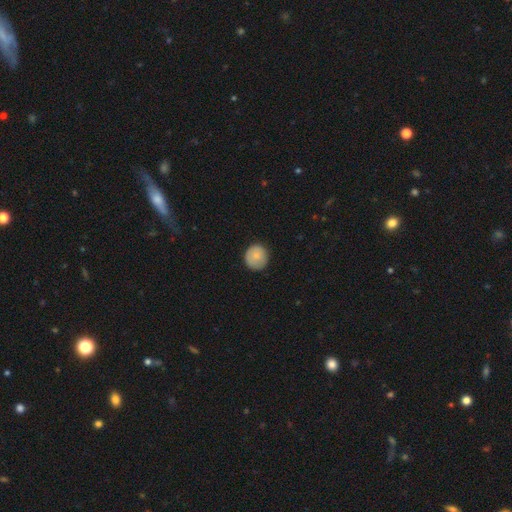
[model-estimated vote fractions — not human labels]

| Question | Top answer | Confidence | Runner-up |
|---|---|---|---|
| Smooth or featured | smooth | 81% | featured or disk (11%) |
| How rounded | round | 93% | in between (6%) |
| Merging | none | 87% | minor disturbance (10%) |